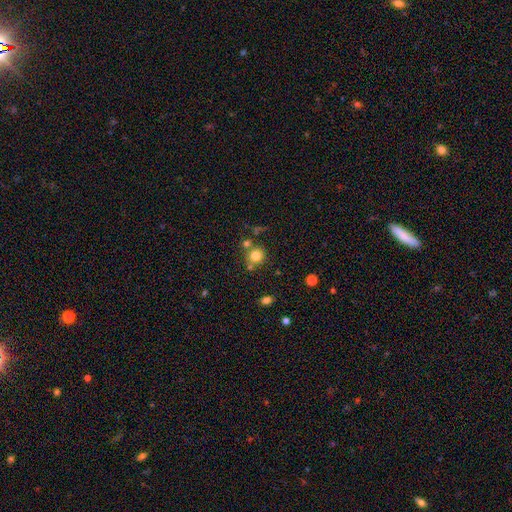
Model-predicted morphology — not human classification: Smooth or featured? Predicted: smooth (p=0.79). How rounded? Predicted: round (p=0.89). Merging? Predicted: none (p=0.70).